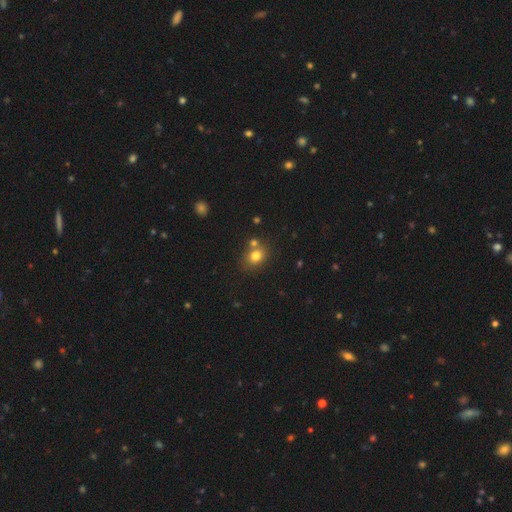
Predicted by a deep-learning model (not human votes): Q: Smooth or featured?
A: smooth (78%); runner-up: star or artifact (13%)
Q: How rounded?
A: round (62%); runner-up: in between (37%)
Q: Merging?
A: none (63%); runner-up: merger (22%)